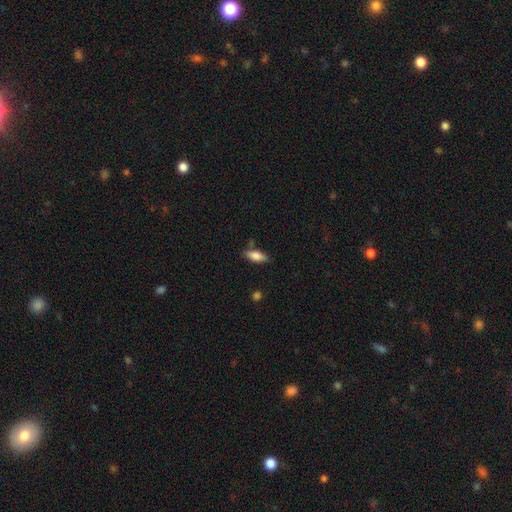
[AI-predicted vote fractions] A smooth galaxy with no disk features (80%) that is in between round and cigar-shaped (76%). Merging: none (76%).